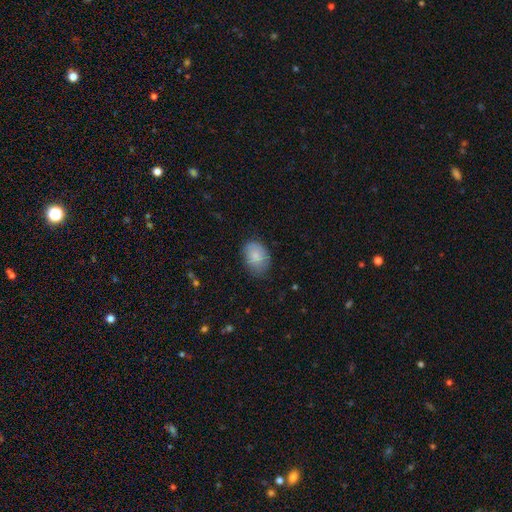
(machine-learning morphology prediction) A smooth galaxy with no disk features (82%) that is in between round and cigar-shaped (75%).

Vote fractions:
- Smooth or featured? smooth: 82% / featured or disk: 11% / star or artifact: 7%
- How rounded? in between: 75% / round: 24% / cigar-shaped: 1%
- Merging? none: 68% / minor disturbance: 25% / major disturbance: 6% / merger: 1%